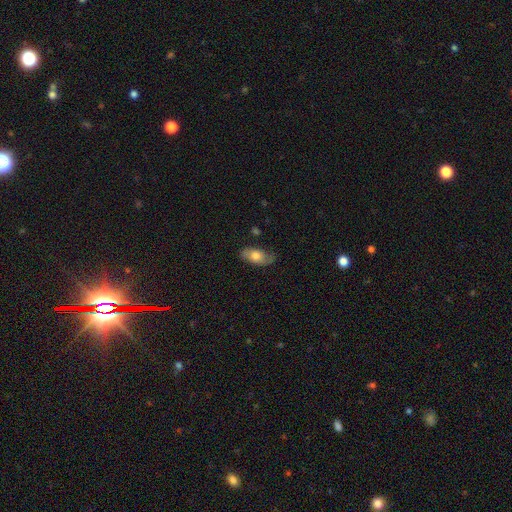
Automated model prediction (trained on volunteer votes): Smooth or featured: smooth — 60% (featured or disk — 33%)
How rounded: in between — 89% (cigar-shaped — 6%)
Merging: none — 69% (minor disturbance — 23%)